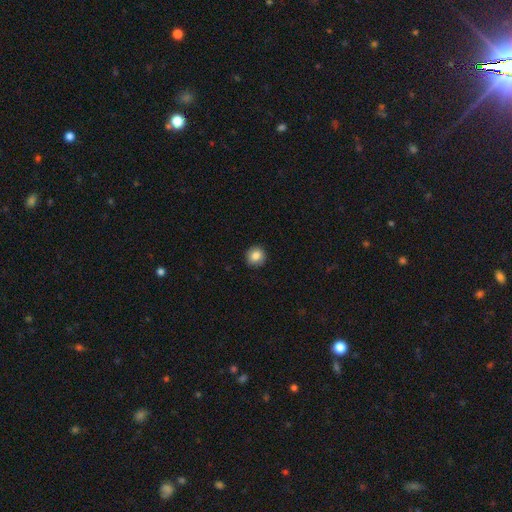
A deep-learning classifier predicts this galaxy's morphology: Overall: smooth (84%). How rounded: round (84%). Merging: none (89%).